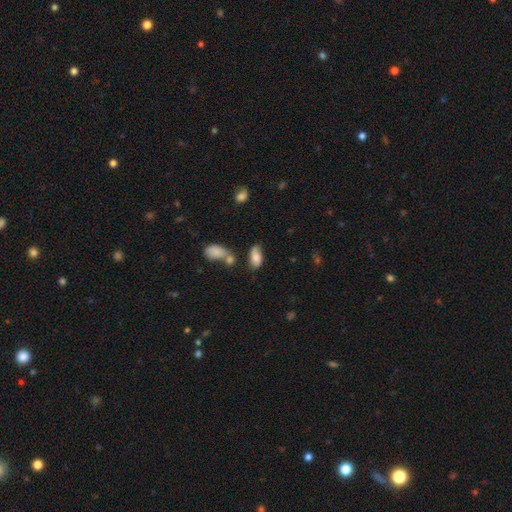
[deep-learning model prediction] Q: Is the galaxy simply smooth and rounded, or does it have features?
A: smooth — 74%.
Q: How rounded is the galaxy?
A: in between — 91%.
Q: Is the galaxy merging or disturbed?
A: none — 46%.